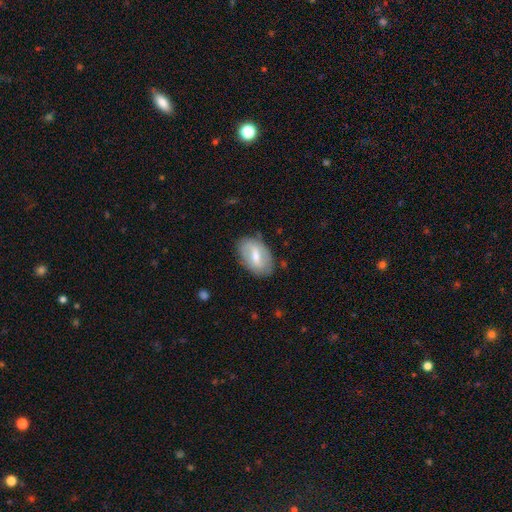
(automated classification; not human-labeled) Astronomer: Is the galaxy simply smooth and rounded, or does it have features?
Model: smooth — 48% (runner-up: featured or disk, 46%).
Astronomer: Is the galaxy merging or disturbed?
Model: none — 79%.